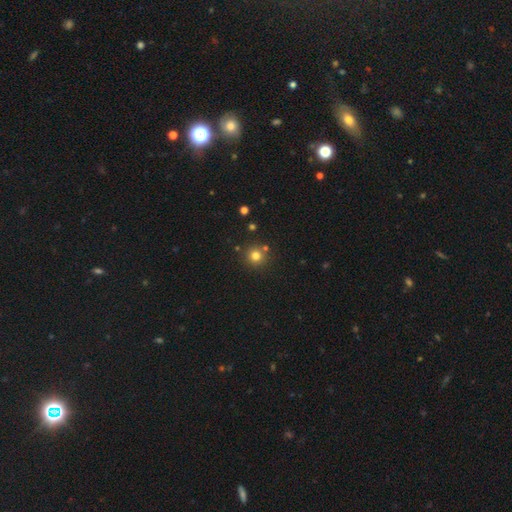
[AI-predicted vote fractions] smooth 77%, star or artifact 16%, featured or disk 7%. Down the decision tree: how rounded — round (94%); merging — none (83%).